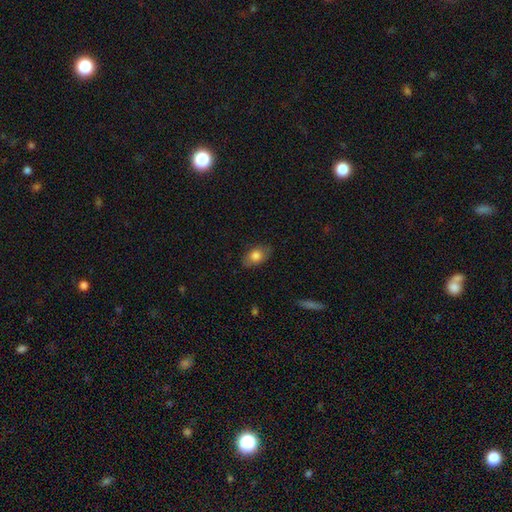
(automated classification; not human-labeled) A smooth galaxy with no disk features (77%) that is in between round and cigar-shaped (88%).

Vote fractions:
- Smooth or featured? smooth: 77% / featured or disk: 16% / star or artifact: 8%
- How rounded? in between: 88% / round: 10% / cigar-shaped: 2%
- Merging? none: 80% / minor disturbance: 15% / major disturbance: 3% / merger: 1%